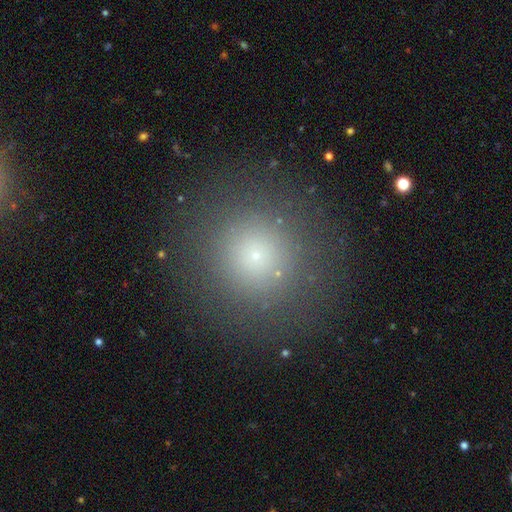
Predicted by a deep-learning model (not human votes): Smooth or featured: smooth — 69% (star or artifact — 21%)
How rounded: round — 94% (in between — 5%)
Merging: none — 87% (minor disturbance — 7%)